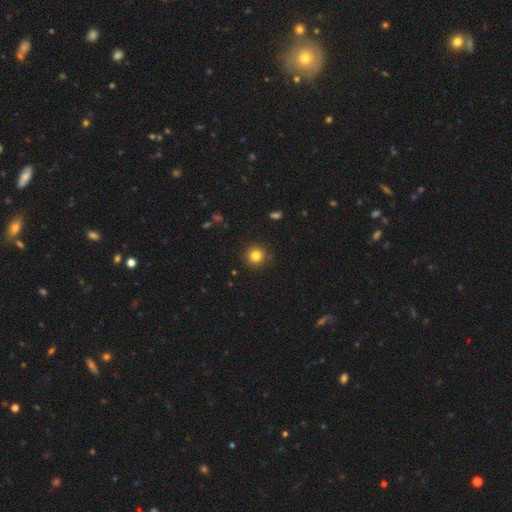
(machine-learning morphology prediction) Smooth or featured?
  - smooth: 82% *
  - star or artifact: 12%
  - featured or disk: 6%
How rounded?
  - round: 94% *
  - in between: 5%
  - cigar-shaped: 1%
Merging?
  - none: 90% *
  - minor disturbance: 7%
  - major disturbance: 2%
  - merger: 1%